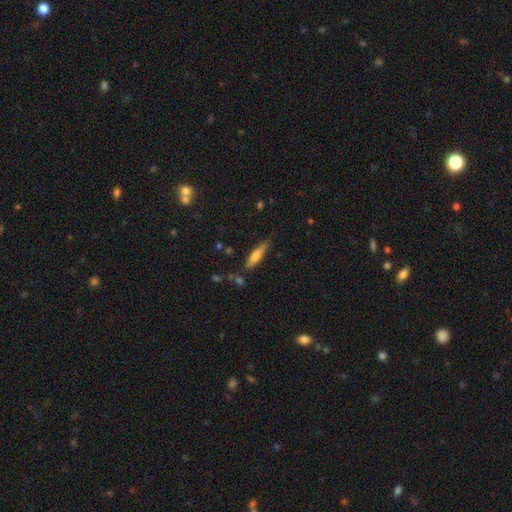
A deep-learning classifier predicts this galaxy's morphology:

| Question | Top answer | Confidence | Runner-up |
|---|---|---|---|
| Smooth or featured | smooth | 59% | featured or disk (34%) |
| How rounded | cigar-shaped | 75% | in between (24%) |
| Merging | none | 76% | minor disturbance (17%) |